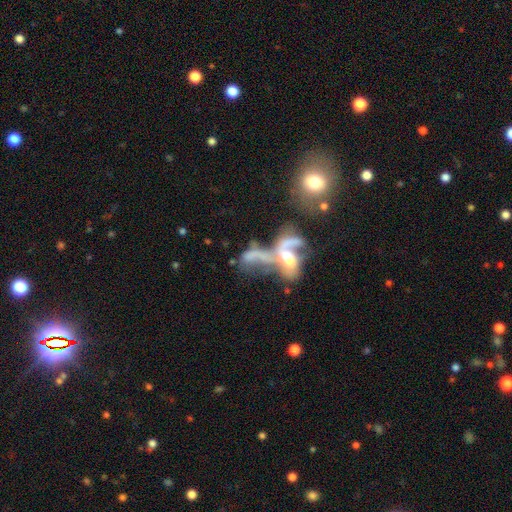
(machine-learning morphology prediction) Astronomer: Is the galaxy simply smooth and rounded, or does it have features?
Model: featured or disk — 56%.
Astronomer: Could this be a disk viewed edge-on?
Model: no — 93%.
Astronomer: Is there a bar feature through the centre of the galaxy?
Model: no — 70%.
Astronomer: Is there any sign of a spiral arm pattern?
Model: no — 62% (runner-up: yes, 38%).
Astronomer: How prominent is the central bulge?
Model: moderate — 37% (runner-up: none, 28%).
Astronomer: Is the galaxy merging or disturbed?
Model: merger — 71%.